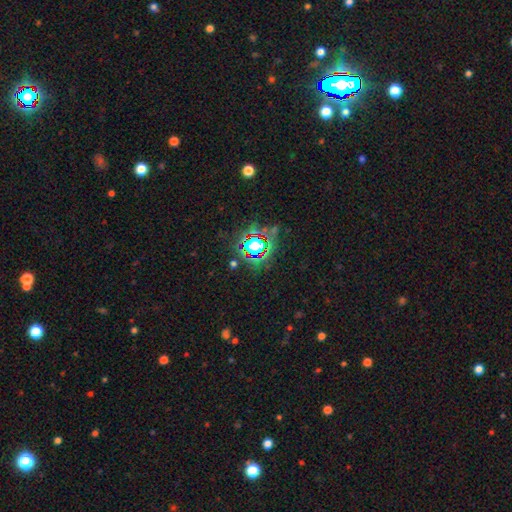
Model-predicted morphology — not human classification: Overall: star or artifact (66%).